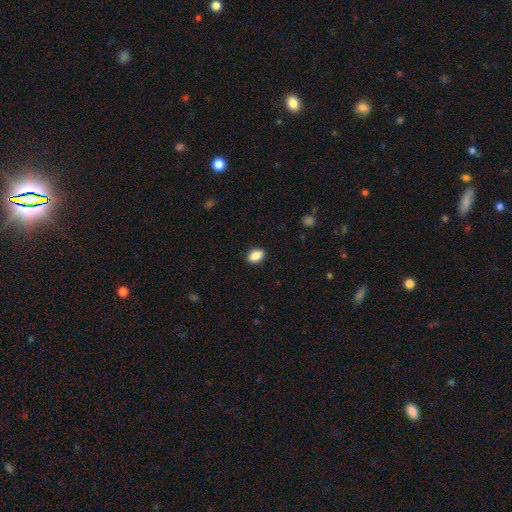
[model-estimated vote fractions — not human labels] smooth_or_featured: smooth (p=0.88) [alt: star or artifact p=0.08]
how_rounded: in between (p=0.86) [alt: round p=0.11]
merging: none (p=0.89) [alt: minor disturbance p=0.08]